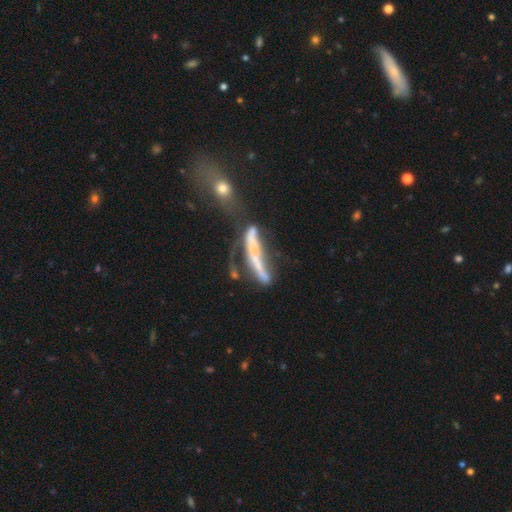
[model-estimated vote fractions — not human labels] Smooth or featured?
  - featured or disk: 53% *
  - smooth: 35%
  - star or artifact: 12%
Edge-on disk?
  - yes: 62% *
  - no: 38%
Merging?
  - merger: 35% *
  - none: 27%
  - major disturbance: 22%
  - minor disturbance: 16%